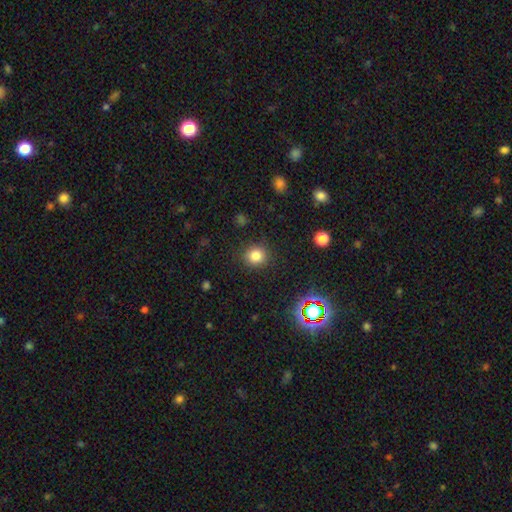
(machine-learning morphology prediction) Smooth or featured? Predicted: smooth (p=0.80). How rounded? Predicted: round (p=0.87). Merging? Predicted: none (p=0.89).